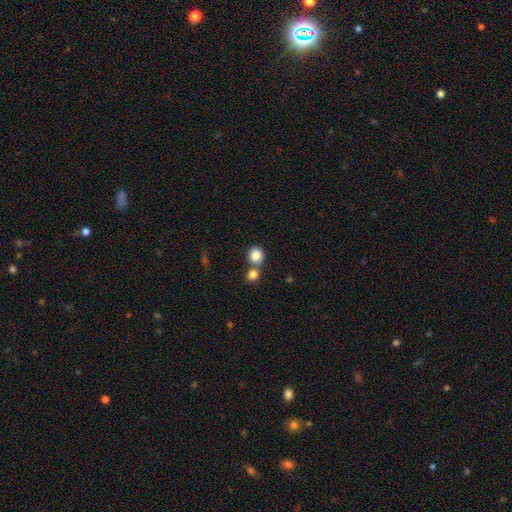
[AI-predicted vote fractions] smooth-or-featured: smooth: 85% | star or artifact: 9% | featured or disk: 6%
  how-rounded: round: 84% | in between: 15% | cigar-shaped: 1%
  merging: none: 52% | merger: 37% | minor disturbance: 8% | major disturbance: 3%